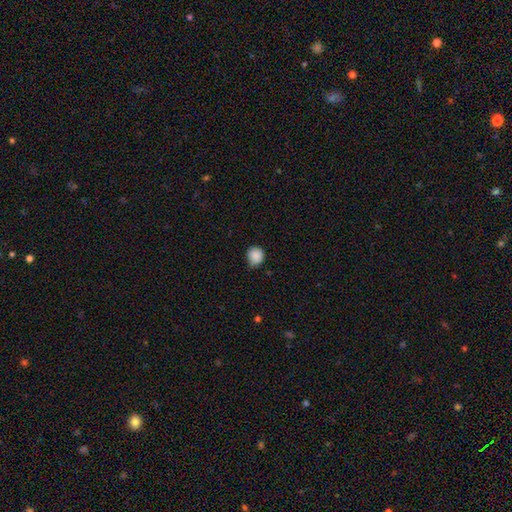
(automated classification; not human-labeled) Overall: smooth (87%). How rounded: round (86%). Merging: none (63%; minor disturbance 31%).